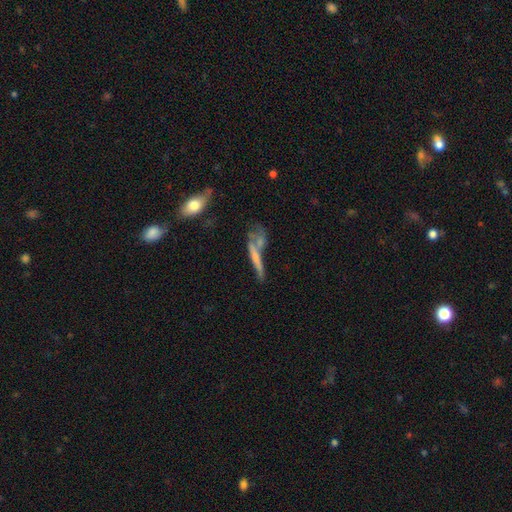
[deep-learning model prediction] Morphology: type=smooth (45%); merging=none (39%).